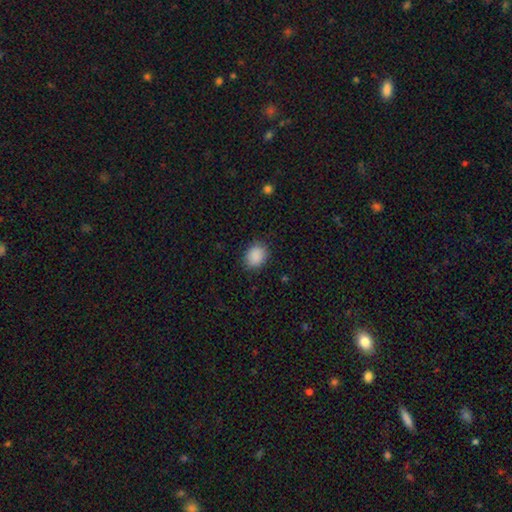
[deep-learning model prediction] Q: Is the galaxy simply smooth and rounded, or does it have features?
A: smooth — 89%.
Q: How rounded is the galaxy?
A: in between — 54%.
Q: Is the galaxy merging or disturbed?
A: none — 85%.